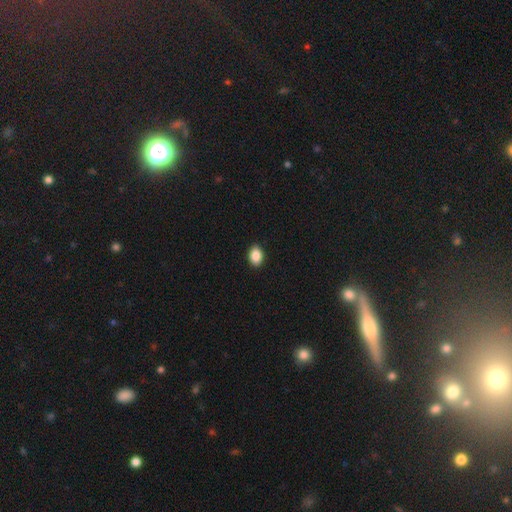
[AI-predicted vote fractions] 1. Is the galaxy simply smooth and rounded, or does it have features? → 89% smooth, 8% star or artifact, 3% featured or disk.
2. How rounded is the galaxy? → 82% in between, 17% round, 1% cigar-shaped.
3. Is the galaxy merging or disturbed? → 90% none, 7% minor disturbance, 2% major disturbance, 1% merger.